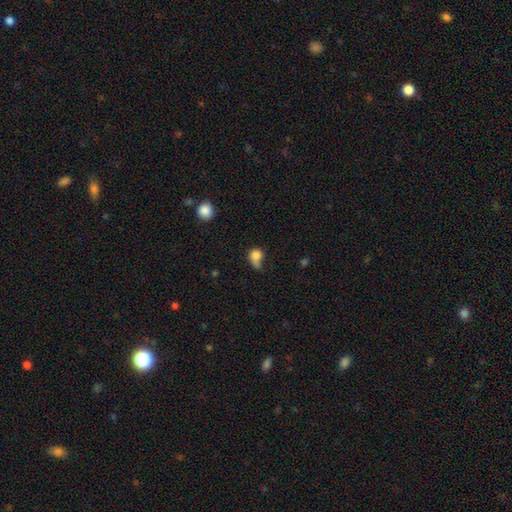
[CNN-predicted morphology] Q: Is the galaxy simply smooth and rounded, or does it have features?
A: smooth — 78%.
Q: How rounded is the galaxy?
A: round — 70%.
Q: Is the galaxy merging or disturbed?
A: none — 32%.